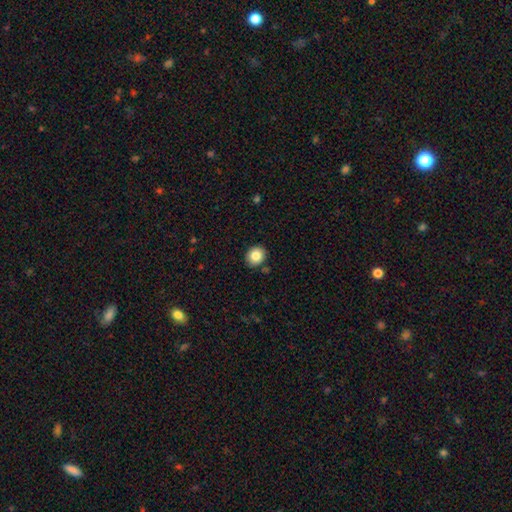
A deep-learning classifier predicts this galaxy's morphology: type=smooth (85%); roundness=round (75%); merging=none (87%).